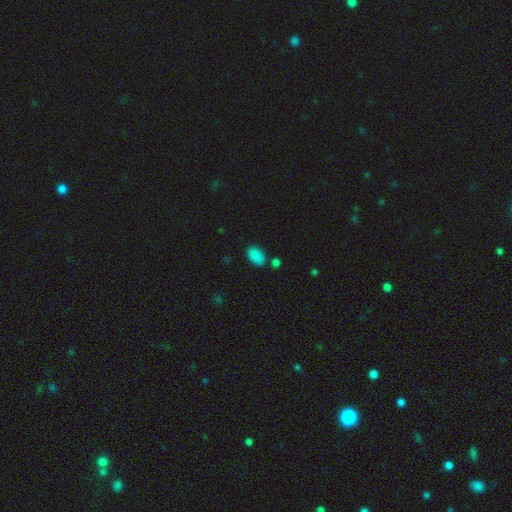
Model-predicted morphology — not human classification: smooth-or-featured: smooth: 87% | star or artifact: 10% | featured or disk: 3%
  how-rounded: in between: 94% | round: 5% | cigar-shaped: 2%
  merging: none: 79% | minor disturbance: 12% | merger: 6% | major disturbance: 3%